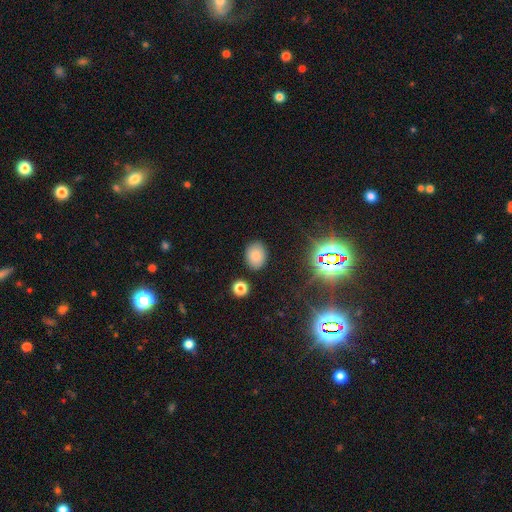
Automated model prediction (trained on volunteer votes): This appears to be a smooth galaxy with no disk features (79%) that is in between round and cigar-shaped (65%). Merging: none (86%).